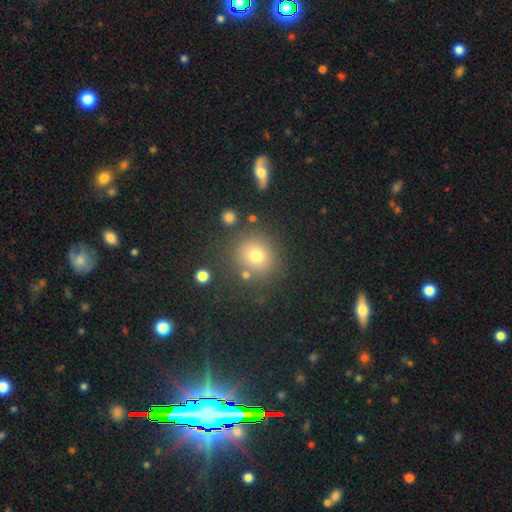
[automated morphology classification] A smooth galaxy with no disk features (72%) that is round (86%).

Vote fractions:
- Smooth or featured? smooth: 72% / star or artifact: 17% / featured or disk: 10%
- How rounded? round: 86% / in between: 13% / cigar-shaped: 1%
- Merging? none: 81% / minor disturbance: 10% / merger: 6% / major disturbance: 4%